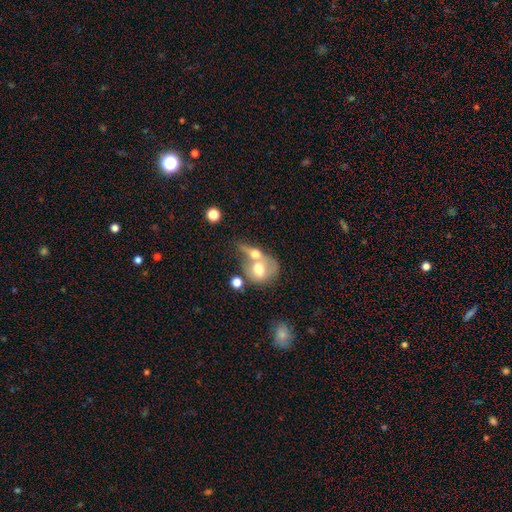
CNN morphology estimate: smooth-or-featured: smooth: 56% | featured or disk: 34% | star or artifact: 10%
  how-rounded: round: 50% | in between: 45% | cigar-shaped: 5%
  merging: merger: 62% | none: 20% | major disturbance: 9% | minor disturbance: 9%